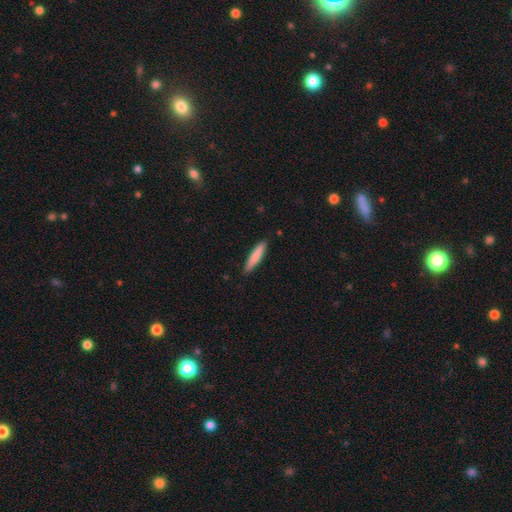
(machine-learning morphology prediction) type=smooth (80%); roundness=cigar-shaped (88%); merging=none (87%).